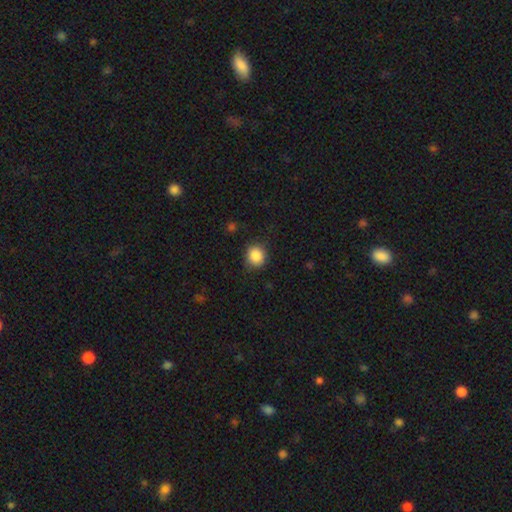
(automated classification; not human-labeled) A smooth galaxy with no disk features (87%) that is round (83%). Merging: none (84%).